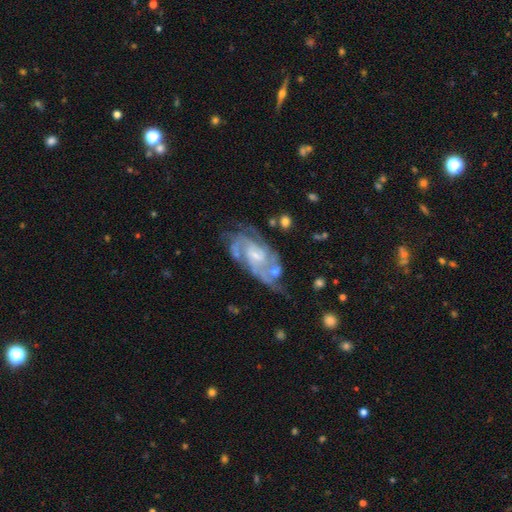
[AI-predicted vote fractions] This appears to be a featured or disk galaxy (87%) with no bar (56%), 2 (33%) tight (49%) spiral arms (95%) and a small central bulge (58%). Merging: none (54%).